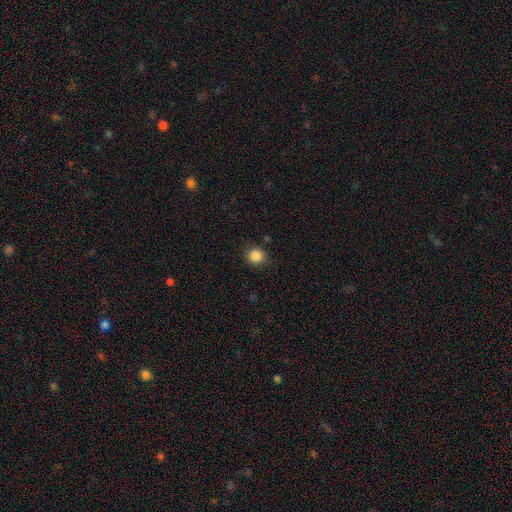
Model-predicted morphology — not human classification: A smooth galaxy with no disk features (86%) that is round (92%).

Vote fractions:
- Smooth or featured? smooth: 86% / star or artifact: 11% / featured or disk: 3%
- How rounded? round: 92% / in between: 7% / cigar-shaped: 1%
- Merging? none: 87% / minor disturbance: 9% / major disturbance: 2% / merger: 2%